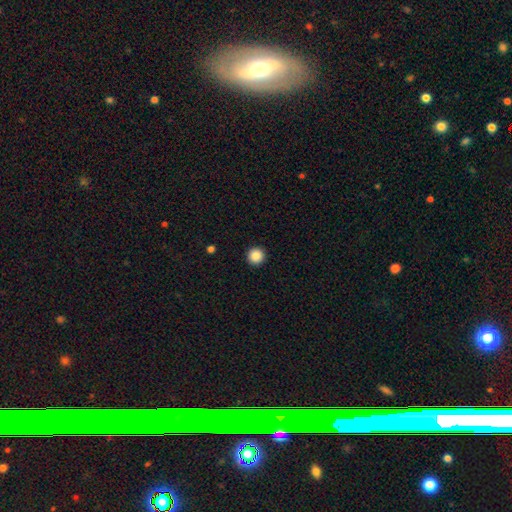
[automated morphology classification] The model was most divided on "smooth or featured": smooth: 88%, star or artifact: 9%, featured or disk: 3%. More confident: how rounded — round (97%); merging — none (94%).